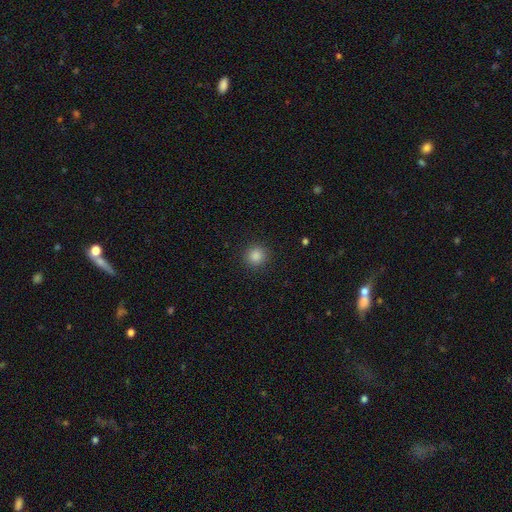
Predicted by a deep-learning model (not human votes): smooth_or_featured: smooth (p=0.85) [alt: star or artifact p=0.12]
how_rounded: round (p=0.93) [alt: in between p=0.06]
merging: none (p=0.92) [alt: minor disturbance p=0.05]